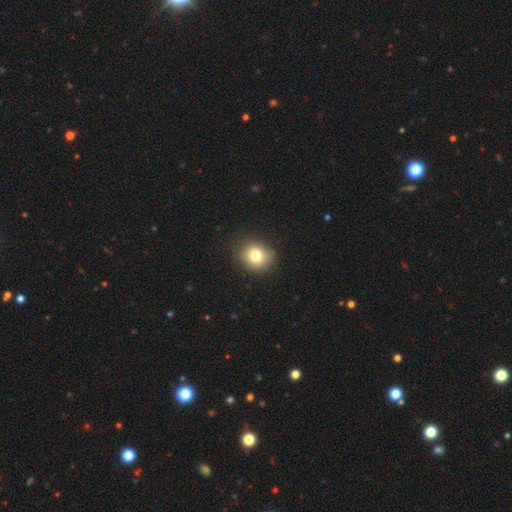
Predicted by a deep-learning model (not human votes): A smooth galaxy with no disk features (79%) that is round (75%).

Vote fractions:
- Smooth or featured? smooth: 79% / star or artifact: 11% / featured or disk: 10%
- How rounded? round: 75% / in between: 24% / cigar-shaped: 1%
- Merging? none: 86% / minor disturbance: 10% / major disturbance: 3% / merger: 1%